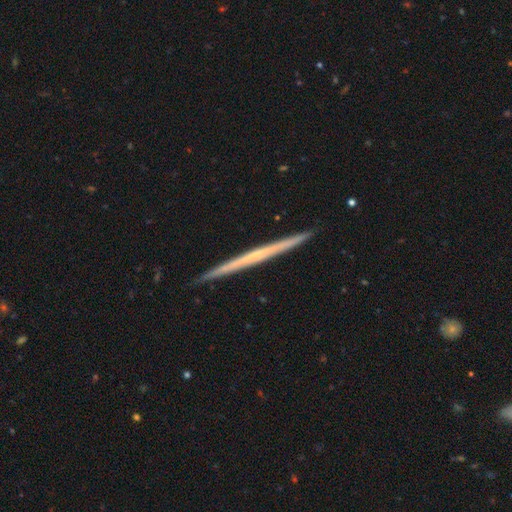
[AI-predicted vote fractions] smooth-or-featured: featured or disk: 65% | smooth: 29% | star or artifact: 6%
  disk-edge-on: yes: 98% | no: 2%
    edge-on-bulge: none: 84% | rounded: 13% | boxy: 3%
  merging: none: 93% | minor disturbance: 5% | major disturbance: 1% | merger: 1%